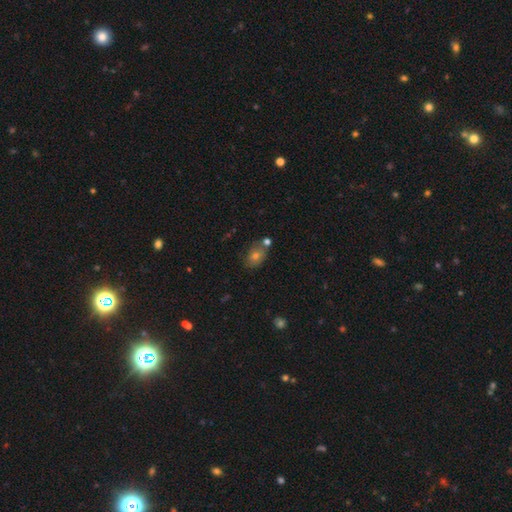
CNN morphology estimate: Q: Smooth or featured?
A: smooth (63%); runner-up: star or artifact (20%)
Q: How rounded?
A: in between (69%); runner-up: round (29%)
Q: Merging?
A: none (71%); runner-up: minor disturbance (13%)